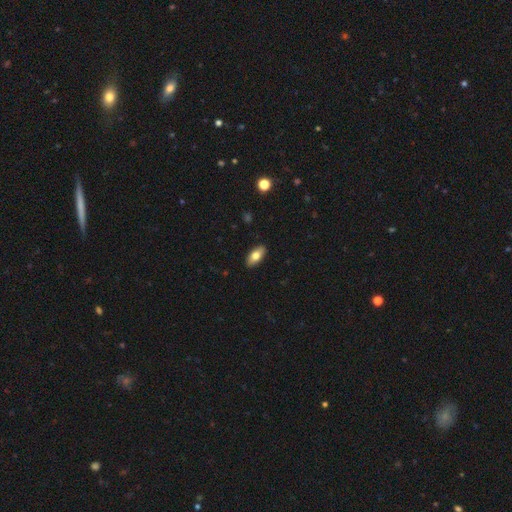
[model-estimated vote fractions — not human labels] This appears to be a smooth galaxy with no disk features (75%) that is in between round and cigar-shaped (90%). Merging: none (90%).